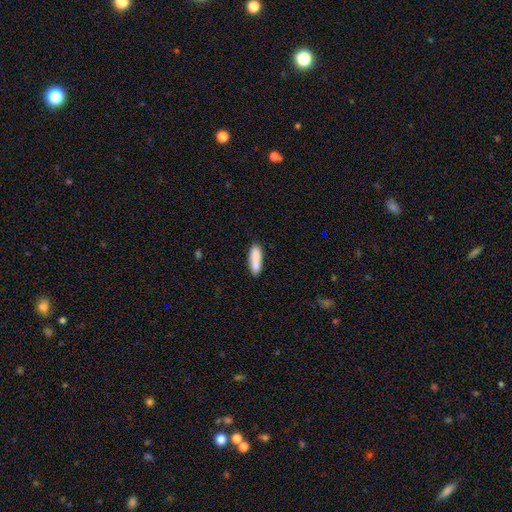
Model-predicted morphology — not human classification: A smooth galaxy with no disk features (86%) that is cigar-shaped (56%). Merging: none (79%).